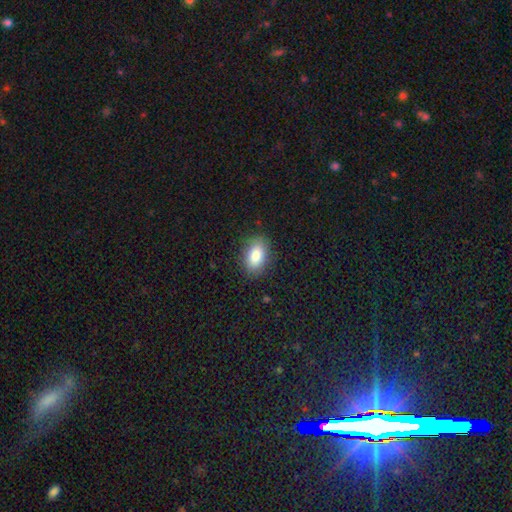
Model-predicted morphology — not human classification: smooth 85%, star or artifact 8%, featured or disk 7%. Down the decision tree: how rounded — in between (90%); merging — none (86%).